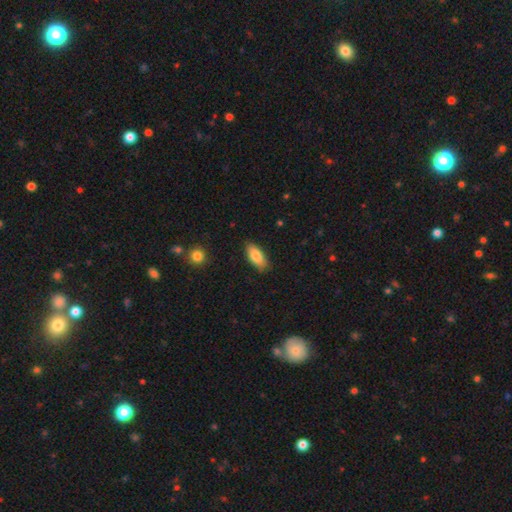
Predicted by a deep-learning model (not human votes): smooth 82%, featured or disk 12%, star or artifact 6%. Down the decision tree: how rounded — in between (85%); merging — none (83%).